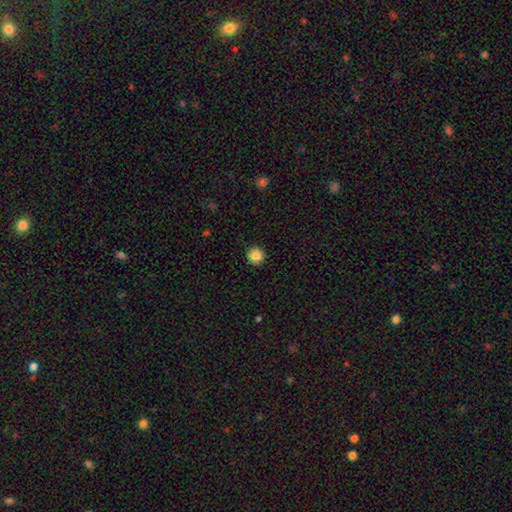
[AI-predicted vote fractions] Q: Smooth or featured?
A: smooth (87%); runner-up: star or artifact (10%)
Q: How rounded?
A: round (95%); runner-up: in between (4%)
Q: Merging?
A: none (92%); runner-up: minor disturbance (6%)